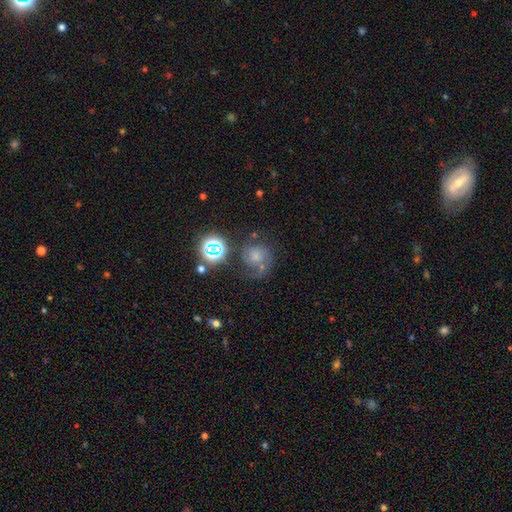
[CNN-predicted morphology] This appears to be a smooth galaxy with no disk features (42%). Merging: none (42%).